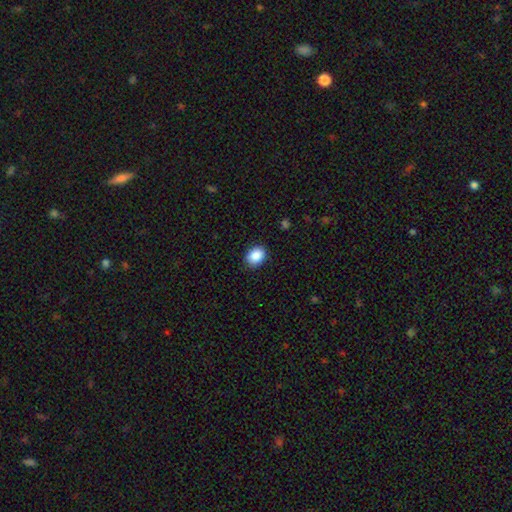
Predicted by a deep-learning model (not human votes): Smooth or featured? smooth (89%)
How rounded? in between (62%)
Merging? none (89%)